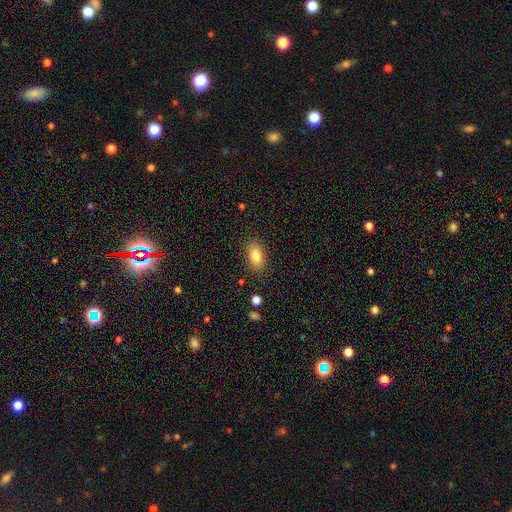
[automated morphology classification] A smooth galaxy with no disk features (83%) that is in between round and cigar-shaped (89%). Merging: none (86%).